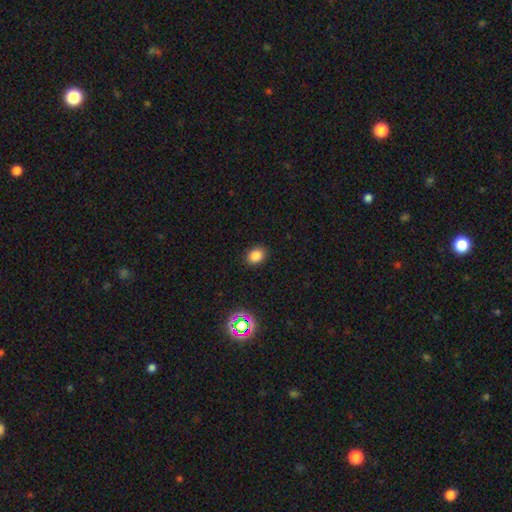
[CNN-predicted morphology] Smooth or featured? Predicted: smooth (p=0.82). How rounded? Predicted: in between (p=0.60). Merging? Predicted: none (p=0.90).